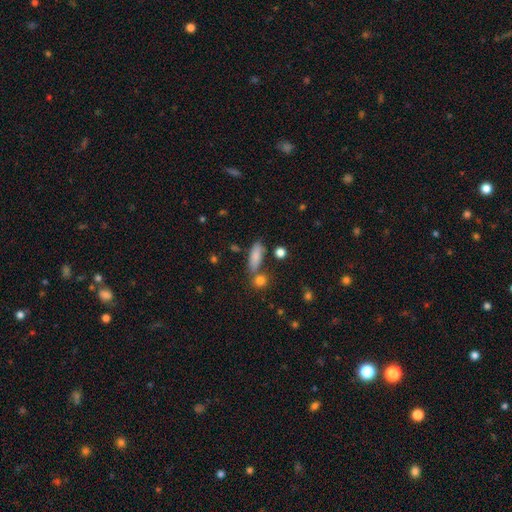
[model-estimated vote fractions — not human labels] Smooth or featured: smooth — 82% (featured or disk — 9%)
How rounded: in between — 61% (cigar-shaped — 35%)
Merging: none — 68% (minor disturbance — 15%)